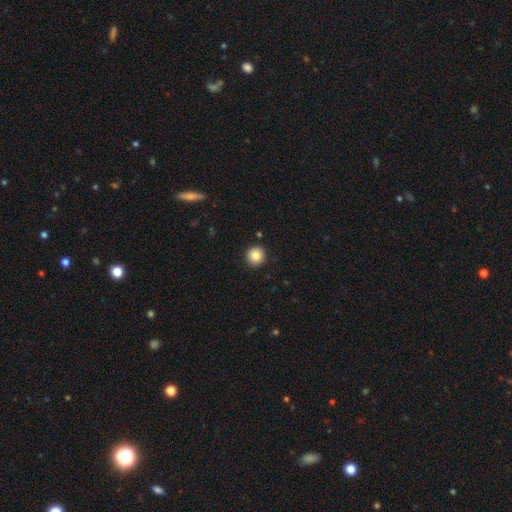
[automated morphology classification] The model was most divided on "smooth or featured": smooth: 85%, star or artifact: 9%, featured or disk: 6%. More confident: how rounded — round (92%); merging — none (90%).